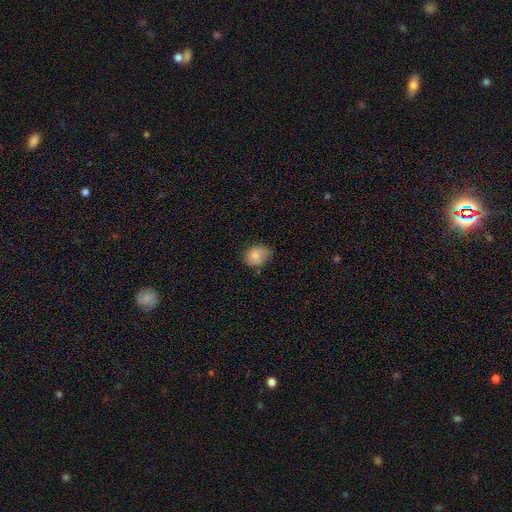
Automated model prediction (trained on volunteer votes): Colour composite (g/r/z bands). It shows a smooth galaxy with no disk features (80%) that is round (54%). Merging: none (58%).